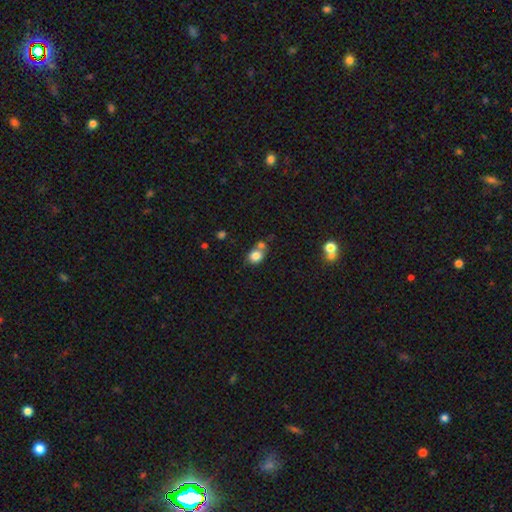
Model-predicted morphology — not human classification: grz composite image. It shows a smooth galaxy with no disk features (81%) that is round (61%). Merging: none (46%).